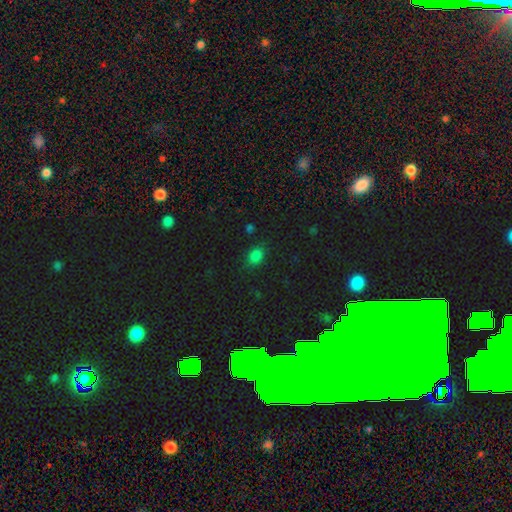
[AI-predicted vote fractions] This appears to be a smooth galaxy with no disk features (79%) that is in between round and cigar-shaped (70%). Merging: none (80%).